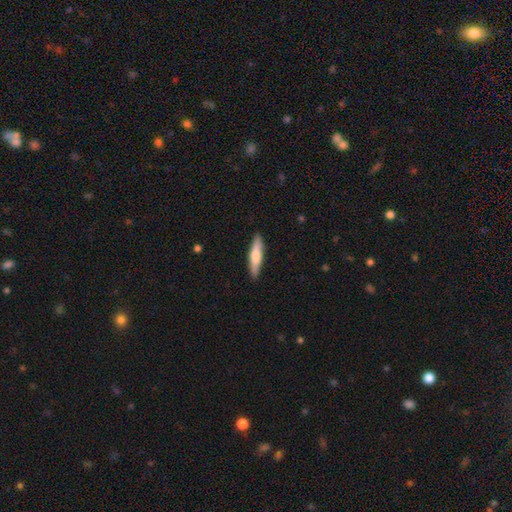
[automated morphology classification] type=smooth (68%); roundness=cigar-shaped (81%); merging=none (89%).